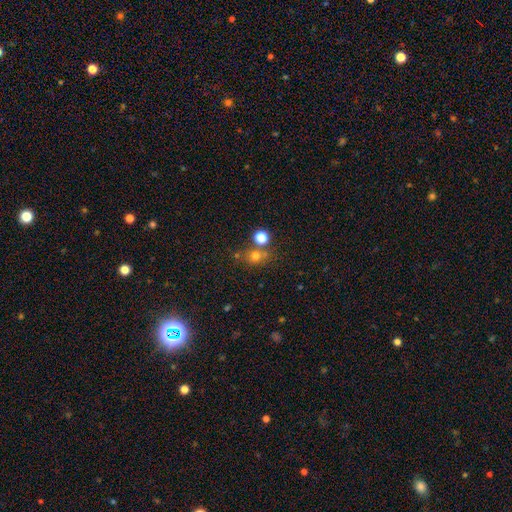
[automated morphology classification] Smooth or featured?
  - smooth: 69% *
  - star or artifact: 20%
  - featured or disk: 11%
How rounded?
  - round: 80% *
  - in between: 19%
  - cigar-shaped: 1%
Merging?
  - none: 61% *
  - merger: 24%
  - minor disturbance: 10%
  - major disturbance: 5%